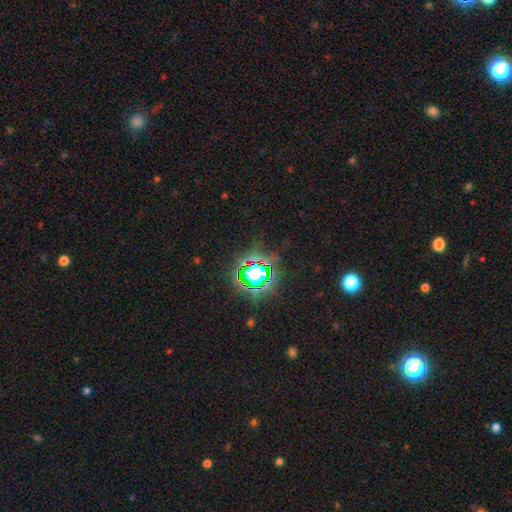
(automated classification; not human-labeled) The model was most divided on "smooth or featured": star or artifact: 79%, smooth: 13%, featured or disk: 7%.